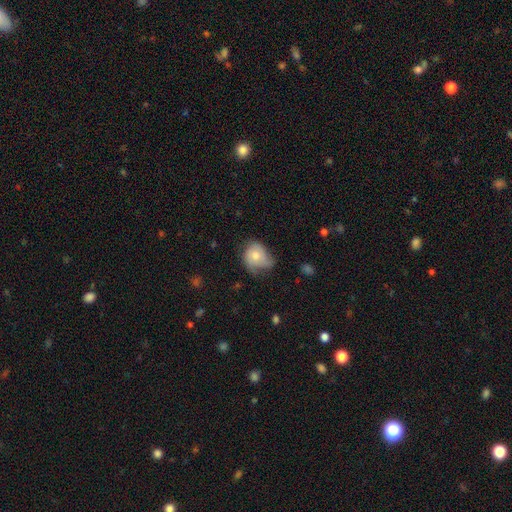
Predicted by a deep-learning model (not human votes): This appears to be a smooth galaxy with no disk features (64%) that is round (56%). Merging: minor disturbance (40%).